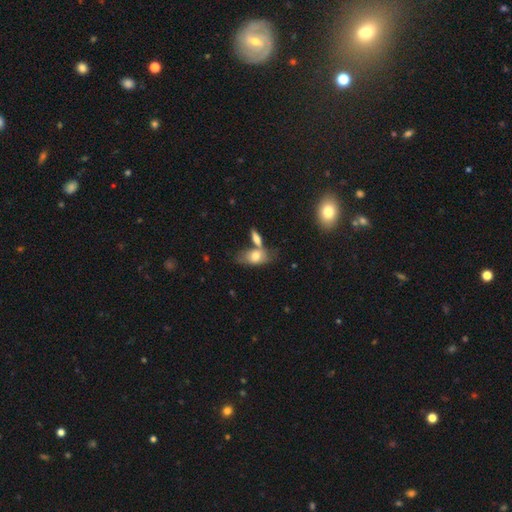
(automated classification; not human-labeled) Q: Smooth or featured?
A: smooth (71%); runner-up: featured or disk (21%)
Q: How rounded?
A: in between (85%); runner-up: round (8%)
Q: Merging?
A: none (43%); runner-up: merger (36%)